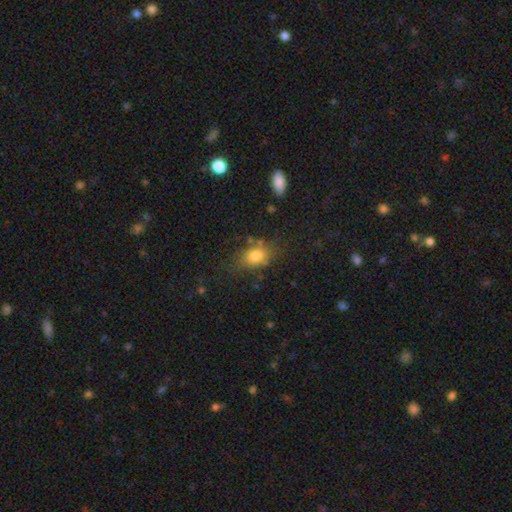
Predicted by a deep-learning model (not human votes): A smooth galaxy with no disk features (79%) that is in between round and cigar-shaped (71%). Merging: none (64%).